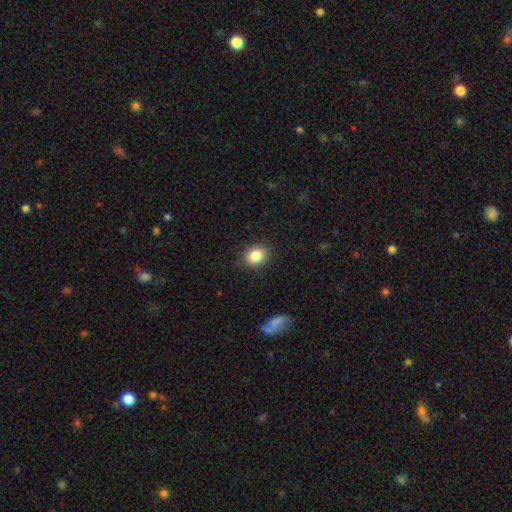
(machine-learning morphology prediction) smooth_or_featured: smooth (p=0.85) [alt: star or artifact p=0.09]
how_rounded: in between (p=0.54) [alt: round p=0.45]
merging: none (p=0.87) [alt: minor disturbance p=0.09]